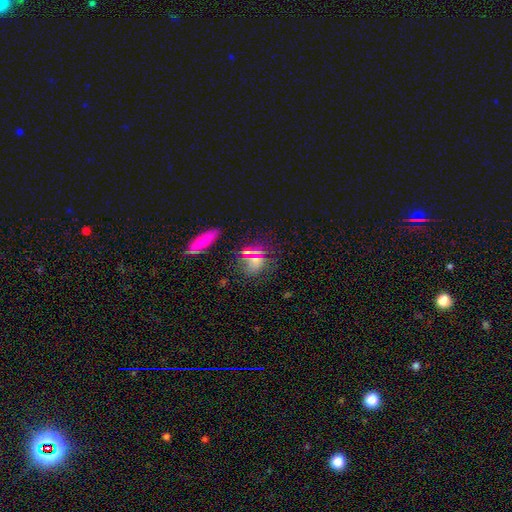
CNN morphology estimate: Smooth or featured?
  - star or artifact: 46% *
  - smooth: 41%
  - featured or disk: 13%